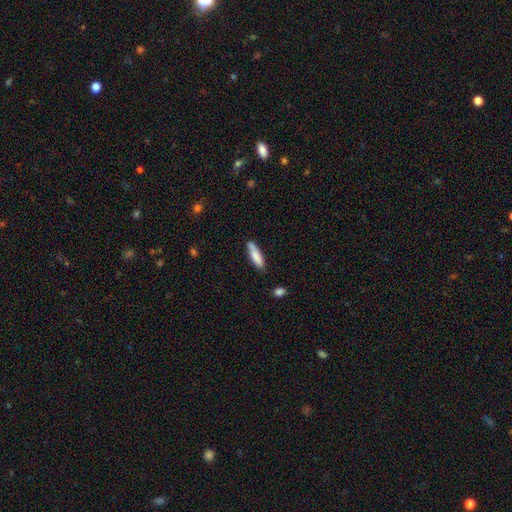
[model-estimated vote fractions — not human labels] Smooth or featured? Predicted: smooth (p=0.83). How rounded? Predicted: cigar-shaped (p=0.69). Merging? Predicted: none (p=0.76).